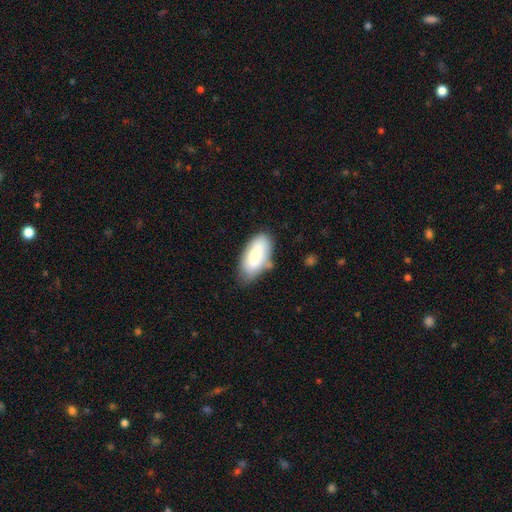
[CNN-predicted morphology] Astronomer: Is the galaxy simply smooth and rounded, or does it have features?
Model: smooth — 78%.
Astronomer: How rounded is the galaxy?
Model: in between — 92%.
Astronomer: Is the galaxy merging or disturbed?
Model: none — 62%.